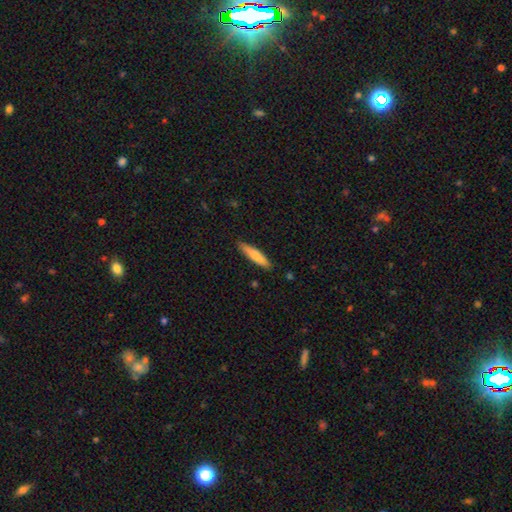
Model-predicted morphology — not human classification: smooth-or-featured: smooth: 76% | featured or disk: 19% | star or artifact: 5%
  how-rounded: cigar-shaped: 85% | in between: 14% | round: 1%
  merging: none: 88% | minor disturbance: 9% | major disturbance: 2% | merger: 1%